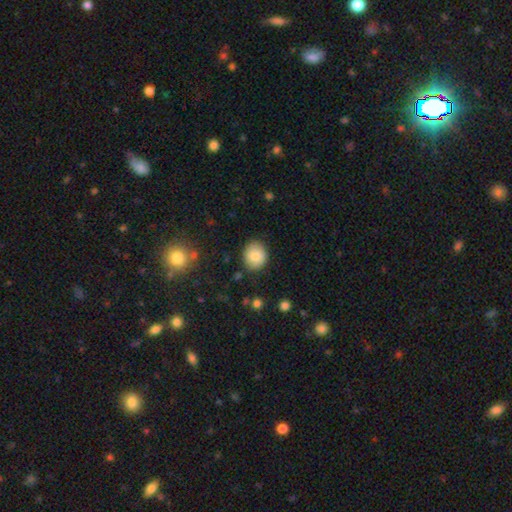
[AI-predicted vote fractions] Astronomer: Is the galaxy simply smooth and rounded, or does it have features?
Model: smooth — 85%.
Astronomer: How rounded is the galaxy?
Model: round — 71%.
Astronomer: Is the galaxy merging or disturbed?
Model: none — 86%.